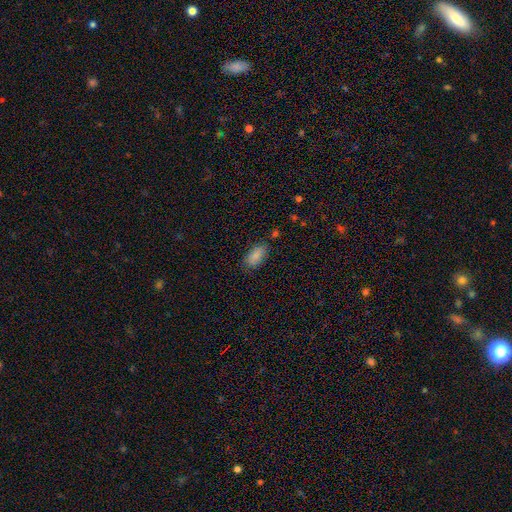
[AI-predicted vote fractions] Smooth or featured?
  - smooth: 87% *
  - star or artifact: 7%
  - featured or disk: 6%
How rounded?
  - in between: 92% *
  - cigar-shaped: 5%
  - round: 3%
Merging?
  - none: 79% *
  - minor disturbance: 16%
  - major disturbance: 3%
  - merger: 2%